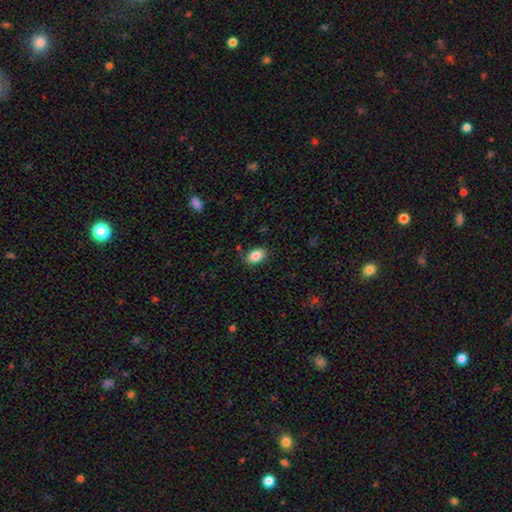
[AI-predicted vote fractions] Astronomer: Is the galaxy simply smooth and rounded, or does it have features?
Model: smooth — 87%.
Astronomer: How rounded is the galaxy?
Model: in between — 86%.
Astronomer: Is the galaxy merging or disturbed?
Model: none — 84%.